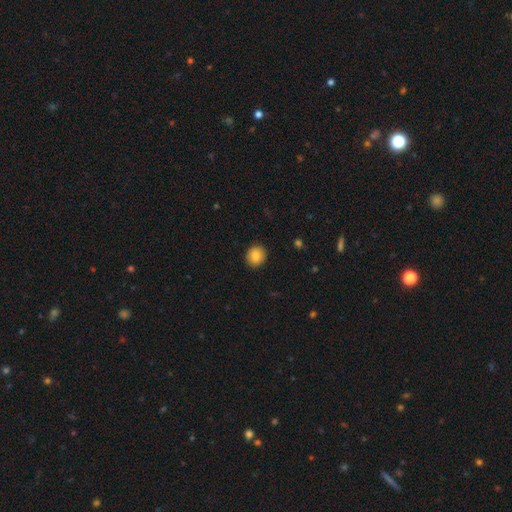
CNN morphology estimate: Smooth or featured: smooth — 84% (star or artifact — 8%)
How rounded: round — 80% (in between — 19%)
Merging: none — 91% (minor disturbance — 6%)